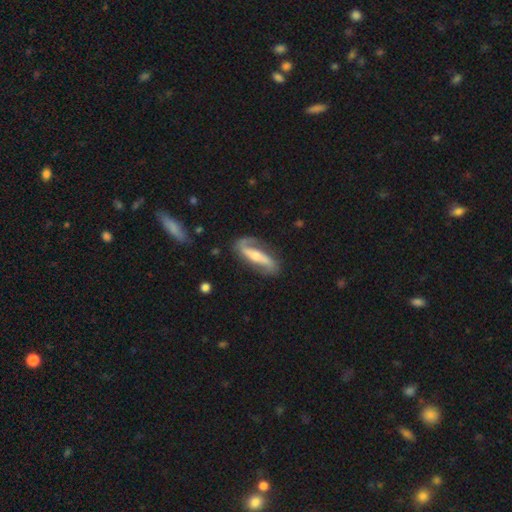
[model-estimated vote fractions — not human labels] Smooth or featured? featured or disk (81%)
Edge-on disk? no (85%)
Bar? strong (48%)
Spiral arms? yes (94%)
Spiral winding? loose (46%)
Spiral arm count? 2 (85%)
Bulge size? moderate (51%)
Merging? none (73%)